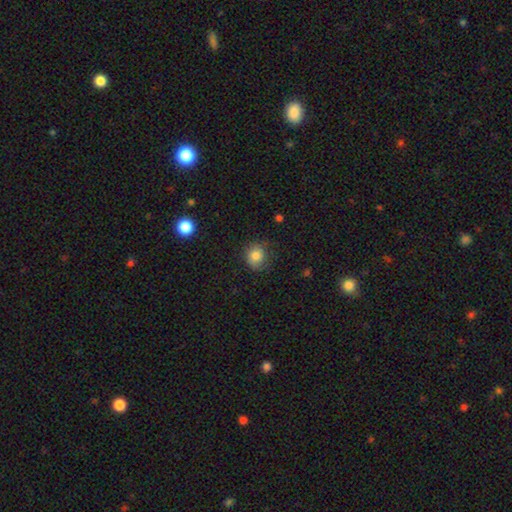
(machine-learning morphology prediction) Q: Smooth or featured?
A: smooth (82%); runner-up: star or artifact (11%)
Q: How rounded?
A: round (78%); runner-up: in between (21%)
Q: Merging?
A: none (77%); runner-up: minor disturbance (18%)